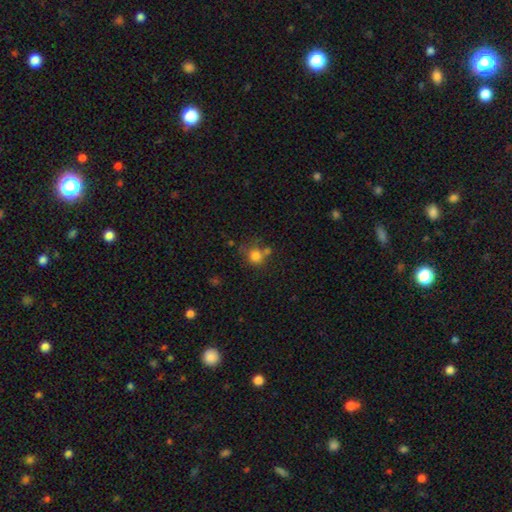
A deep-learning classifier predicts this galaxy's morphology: Overall: smooth (79%). How rounded: round (83%). Merging: none (55%; merger 24%).